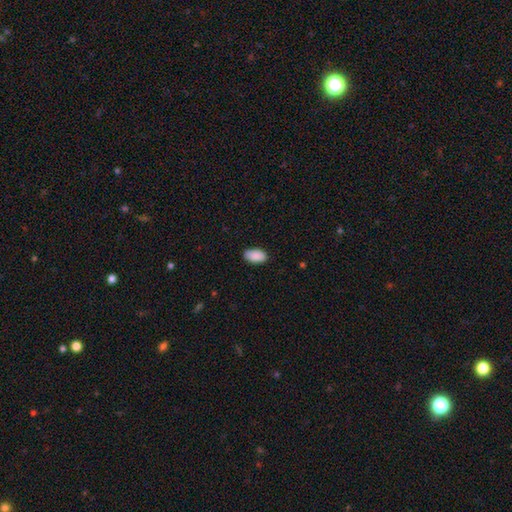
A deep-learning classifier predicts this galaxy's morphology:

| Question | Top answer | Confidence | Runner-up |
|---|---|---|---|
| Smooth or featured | smooth | 91% | star or artifact (6%) |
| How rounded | in between | 95% | round (3%) |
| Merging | none | 87% | minor disturbance (10%) |